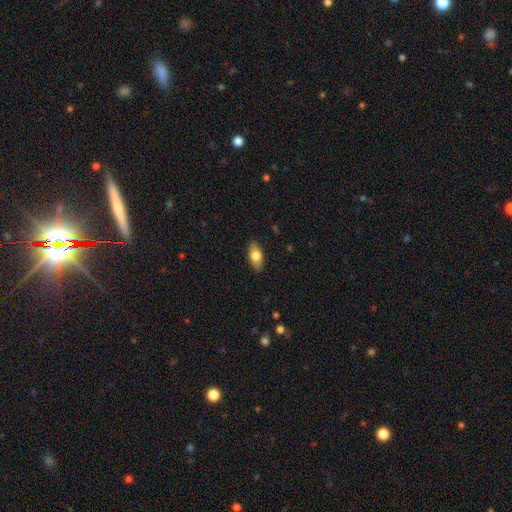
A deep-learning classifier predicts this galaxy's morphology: This is likely a smooth galaxy (74%). How rounded: clearly in between (87%). Merging: clearly none (88%).